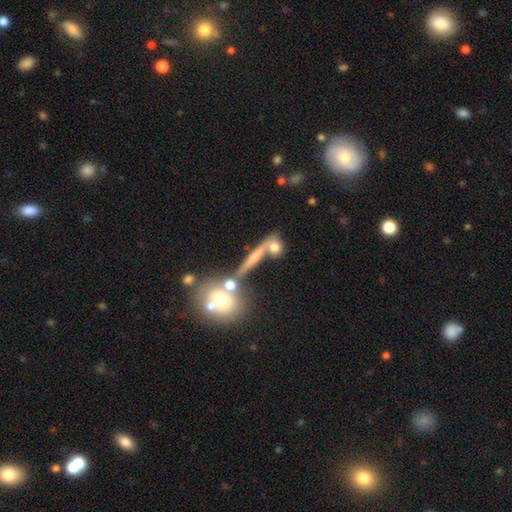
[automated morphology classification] type=featured or disk (48%); merging=none (57%).